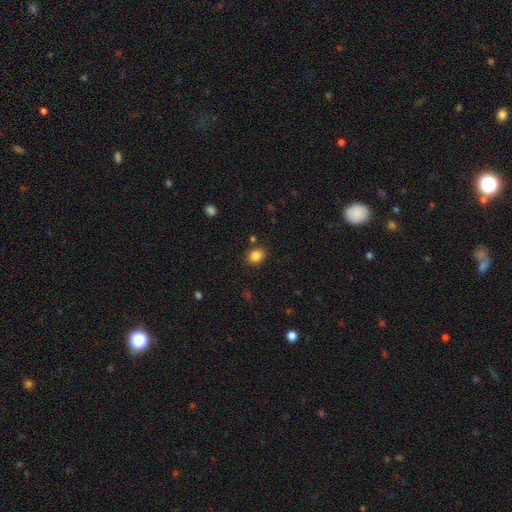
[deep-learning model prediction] smooth 85%, star or artifact 10%, featured or disk 5%. Down the decision tree: how rounded — round (57%); merging — none (84%).